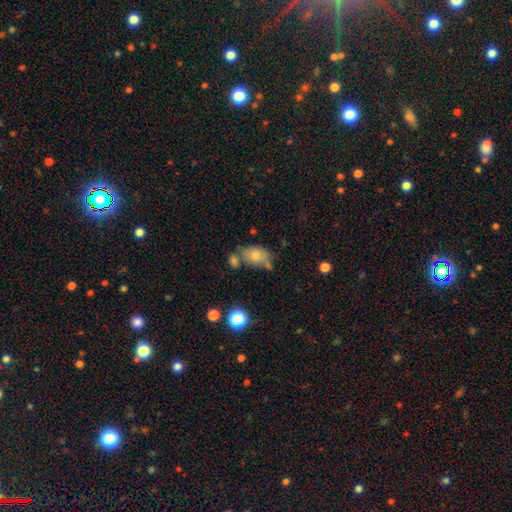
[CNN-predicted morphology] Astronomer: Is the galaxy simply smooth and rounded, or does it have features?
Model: smooth — 73%.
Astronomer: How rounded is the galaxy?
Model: in between — 84%.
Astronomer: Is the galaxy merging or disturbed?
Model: none — 43% (runner-up: merger, 25%).